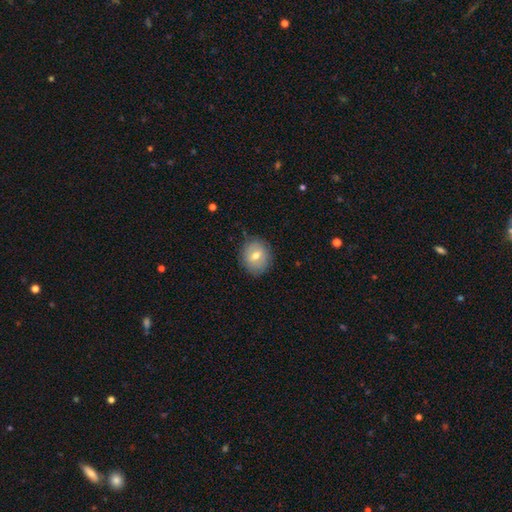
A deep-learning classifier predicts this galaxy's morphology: smooth-or-featured: smooth: 67% | featured or disk: 25% | star or artifact: 9%
  how-rounded: round: 72% | in between: 27% | cigar-shaped: 1%
  merging: none: 79% | minor disturbance: 15% | major disturbance: 4% | merger: 1%